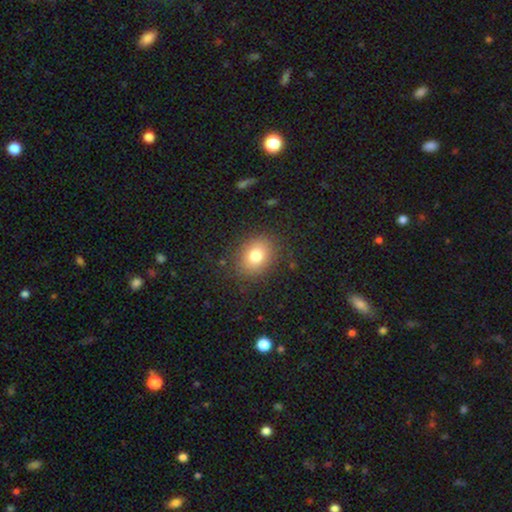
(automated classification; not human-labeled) smooth_or_featured: smooth (p=0.78) [alt: star or artifact p=0.12]
how_rounded: round (p=0.50) [alt: in between p=0.49]
merging: none (p=0.85) [alt: minor disturbance p=0.10]